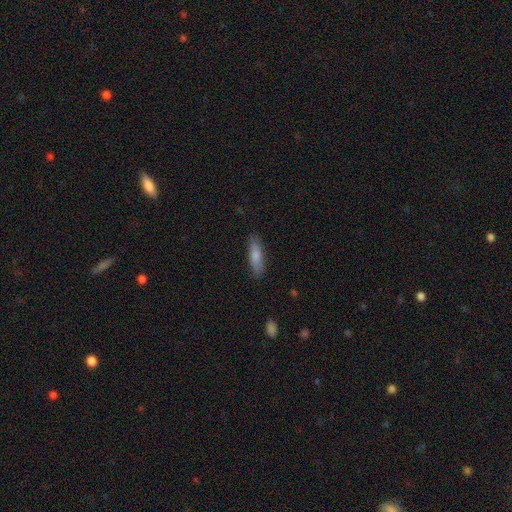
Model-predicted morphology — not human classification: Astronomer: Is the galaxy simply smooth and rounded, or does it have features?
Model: smooth — 81%.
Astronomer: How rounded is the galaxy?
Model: cigar-shaped — 59% (runner-up: in between, 39%).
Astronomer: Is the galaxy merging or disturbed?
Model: none — 83%.